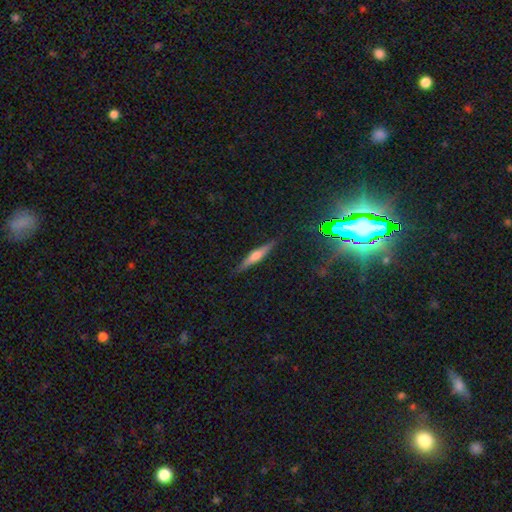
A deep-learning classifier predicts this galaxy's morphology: smooth_or_featured: featured or disk (p=0.56) [alt: smooth p=0.36]
disk_edge_on: yes (p=0.96) [alt: no p=0.04]
edge_on_bulge: rounded (p=0.78) [alt: boxy p=0.12]
merging: none (p=0.89) [alt: minor disturbance p=0.08]